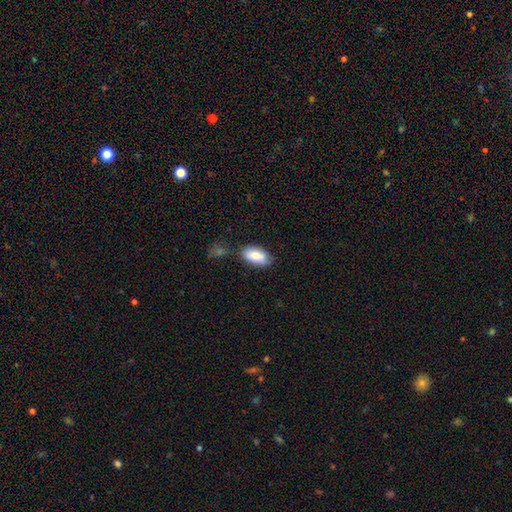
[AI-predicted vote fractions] A smooth galaxy with no disk features (79%) that is in between round and cigar-shaped (92%).

Vote fractions:
- Smooth or featured? smooth: 79% / featured or disk: 15% / star or artifact: 7%
- How rounded? in between: 92% / round: 4% / cigar-shaped: 4%
- Merging? none: 68% / minor disturbance: 19% / merger: 8% / major disturbance: 4%